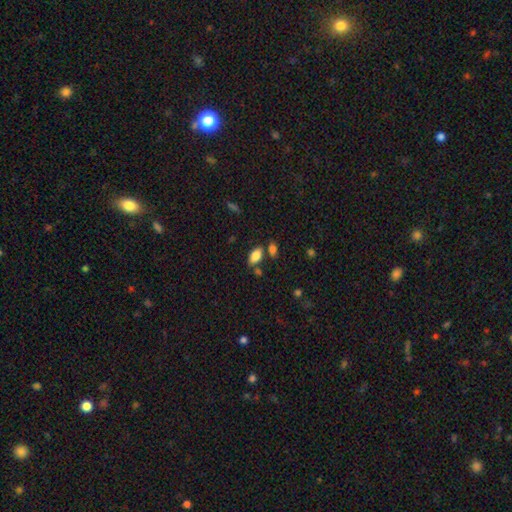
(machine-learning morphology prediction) Q: Smooth or featured?
A: smooth (84%); runner-up: star or artifact (8%)
Q: How rounded?
A: in between (92%); runner-up: cigar-shaped (4%)
Q: Merging?
A: none (72%); runner-up: minor disturbance (13%)